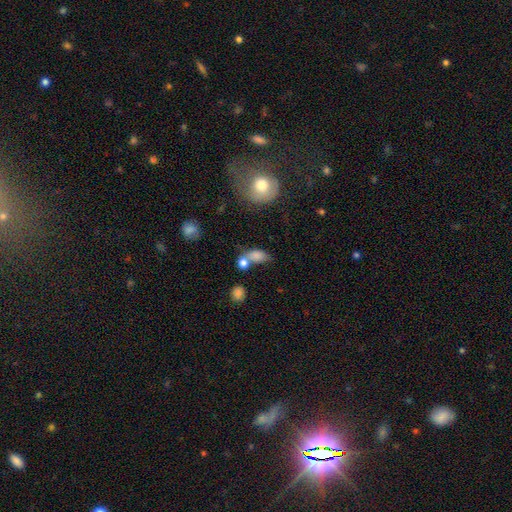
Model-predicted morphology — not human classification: Smooth or featured? Predicted: smooth (p=0.78). How rounded? Predicted: in between (p=0.78). Merging? Predicted: merger (p=0.41).